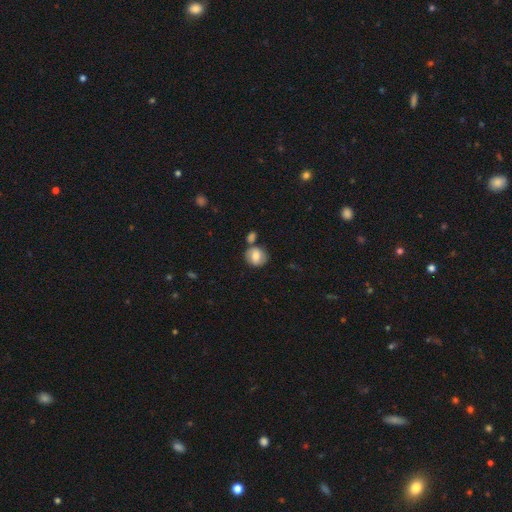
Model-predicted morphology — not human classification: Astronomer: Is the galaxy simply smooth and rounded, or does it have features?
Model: smooth — 69%.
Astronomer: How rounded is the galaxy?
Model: round — 75%.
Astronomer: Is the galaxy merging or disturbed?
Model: none — 63%.